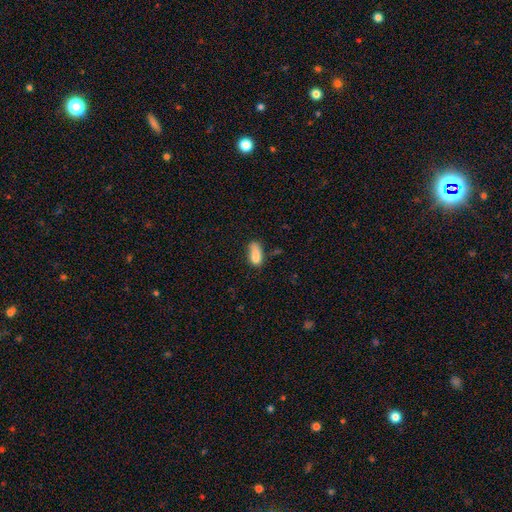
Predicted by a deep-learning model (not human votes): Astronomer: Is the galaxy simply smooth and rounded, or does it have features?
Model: smooth — 82%.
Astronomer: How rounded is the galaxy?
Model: in between — 86%.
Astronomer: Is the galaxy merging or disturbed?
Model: none — 42% (runner-up: minor disturbance, 33%).